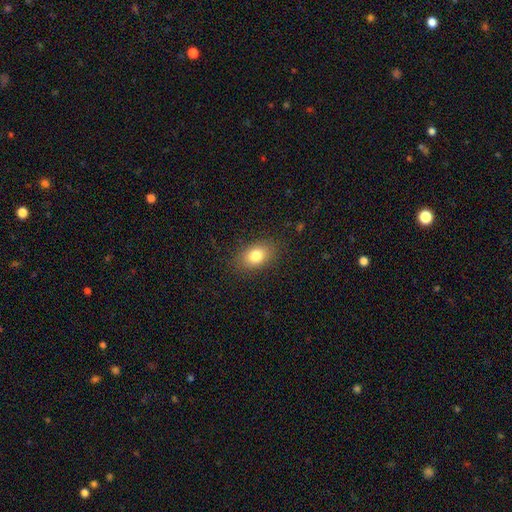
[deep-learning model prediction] Smooth or featured? smooth (80%)
How rounded? in between (78%)
Merging? none (86%)